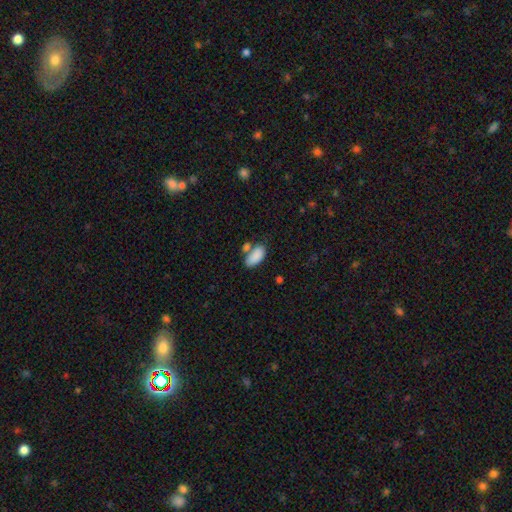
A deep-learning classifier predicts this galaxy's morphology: Smooth or featured? Predicted: smooth (p=0.86). How rounded? Predicted: in between (p=0.93). Merging? Predicted: none (p=0.49).